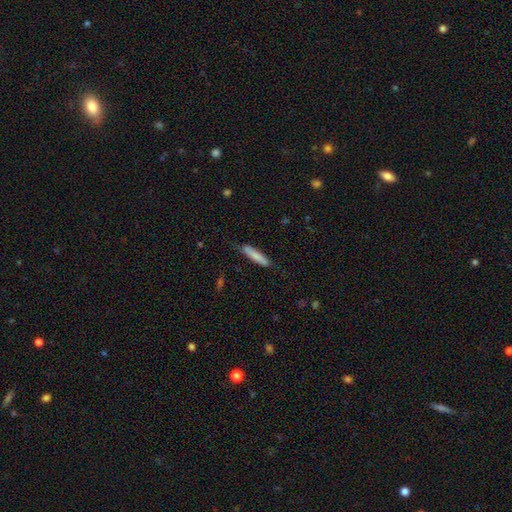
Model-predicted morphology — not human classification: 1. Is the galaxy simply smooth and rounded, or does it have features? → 80% smooth, 14% featured or disk, 6% star or artifact.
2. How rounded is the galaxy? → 88% cigar-shaped, 11% in between, 1% round.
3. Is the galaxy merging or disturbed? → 79% none, 17% minor disturbance, 3% major disturbance, 1% merger.